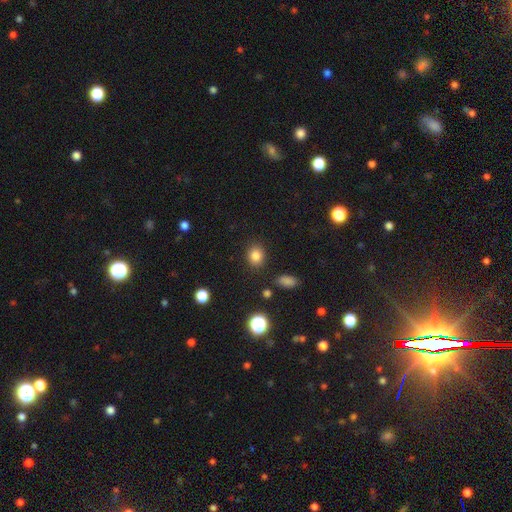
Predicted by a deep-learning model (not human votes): This appears to be a smooth galaxy with no disk features (83%) that is round (66%). Merging: none (87%).